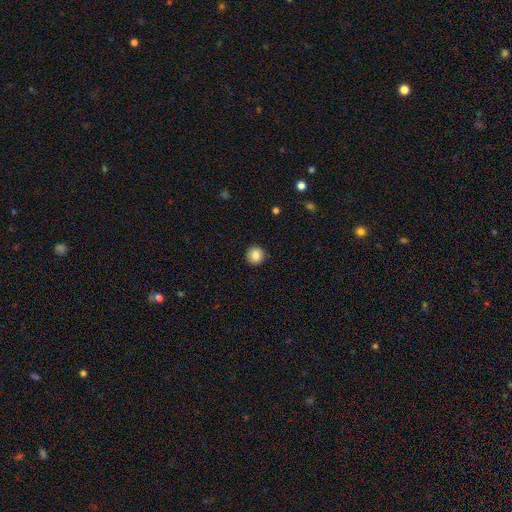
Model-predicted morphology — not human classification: Smooth or featured: smooth — 83% (star or artifact — 9%)
How rounded: round — 94% (in between — 5%)
Merging: none — 91% (minor disturbance — 6%)